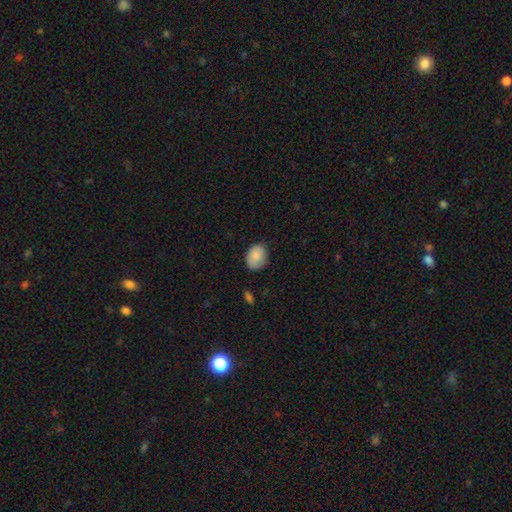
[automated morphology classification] Smooth or featured? Predicted: smooth (p=0.87). How rounded? Predicted: in between (p=0.61). Merging? Predicted: none (p=0.75).